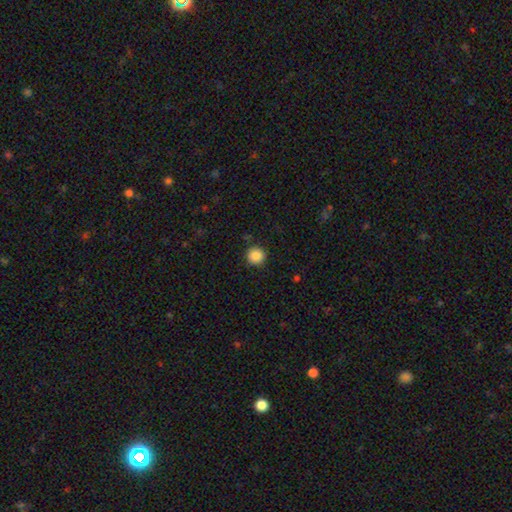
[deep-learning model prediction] A smooth galaxy with no disk features (87%) that is round (95%). Merging: none (91%).